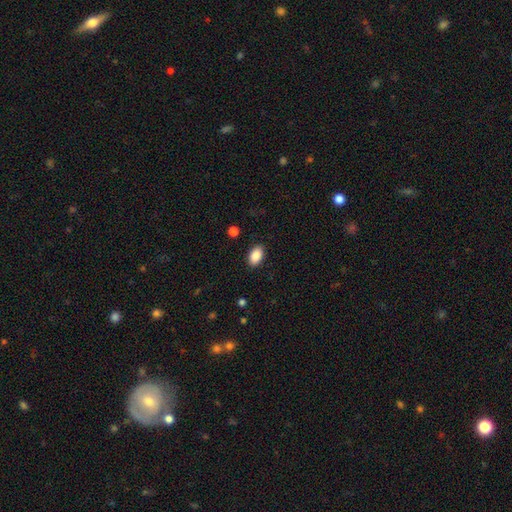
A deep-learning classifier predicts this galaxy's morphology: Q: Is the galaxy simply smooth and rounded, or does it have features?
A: smooth — 89%.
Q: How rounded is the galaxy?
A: in between — 92%.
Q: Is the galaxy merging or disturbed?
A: none — 88%.